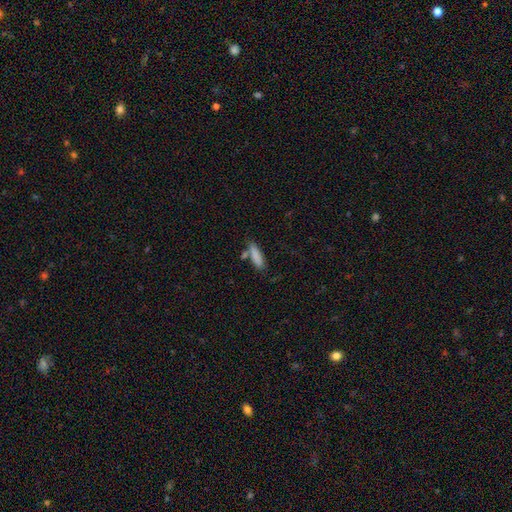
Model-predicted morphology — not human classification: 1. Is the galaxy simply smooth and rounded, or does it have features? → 85% smooth, 8% featured or disk, 7% star or artifact.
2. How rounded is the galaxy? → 62% cigar-shaped, 36% in between, 2% round.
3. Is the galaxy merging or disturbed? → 65% none, 16% minor disturbance, 14% merger, 4% major disturbance.